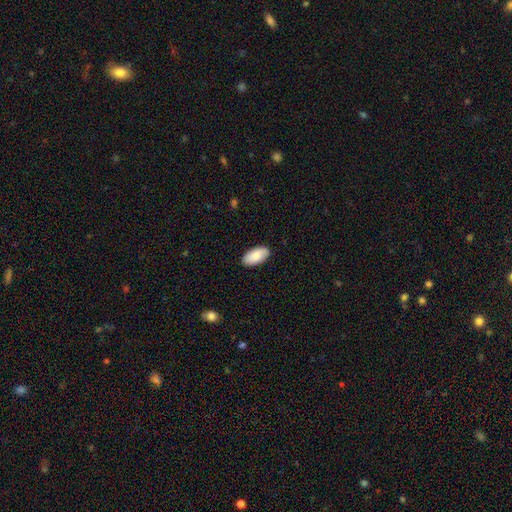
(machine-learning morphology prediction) type=smooth (83%); roundness=in between (95%); merging=none (87%).